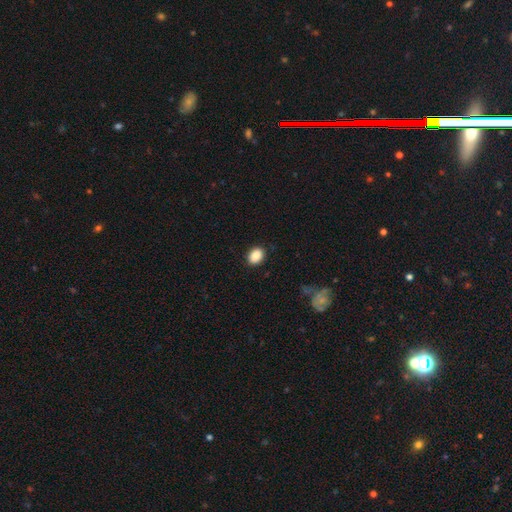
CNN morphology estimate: smooth 88%, star or artifact 8%, featured or disk 4%. Down the decision tree: how rounded — in between (68%); merging — none (88%).